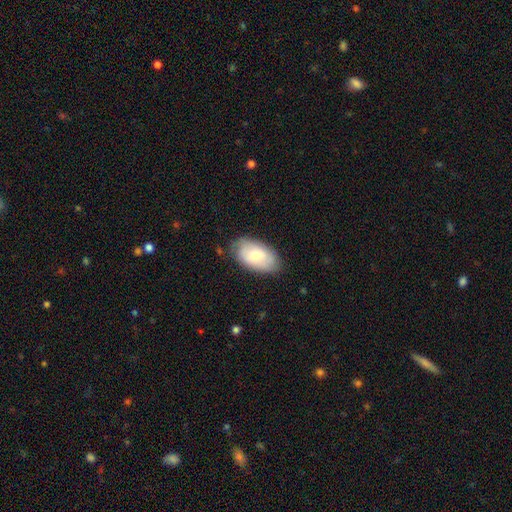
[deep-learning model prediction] The model was most divided on "smooth or featured": smooth: 67%, featured or disk: 27%, star or artifact: 6%. More confident: how rounded — in between (94%); merging — none (76%).